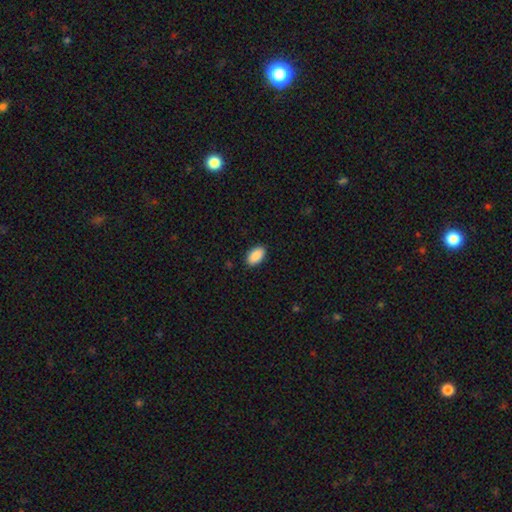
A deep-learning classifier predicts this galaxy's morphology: smooth-or-featured: smooth: 90% | star or artifact: 7% | featured or disk: 3%
  how-rounded: in between: 94% | round: 4% | cigar-shaped: 2%
  merging: none: 90% | minor disturbance: 8% | major disturbance: 2% | merger: 1%